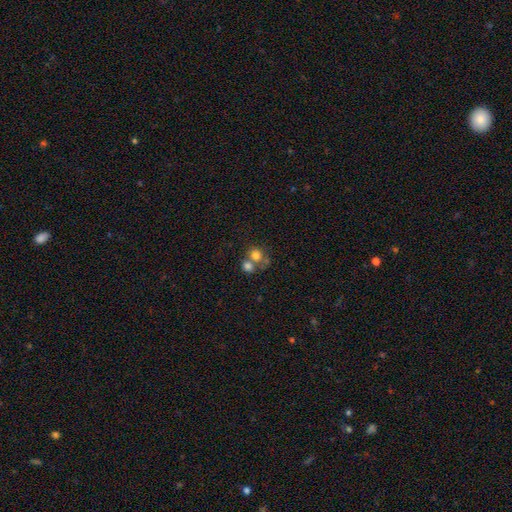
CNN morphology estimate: This is likely a smooth galaxy (75%). How rounded: likely round (80%). Merging: possibly merger (50%).